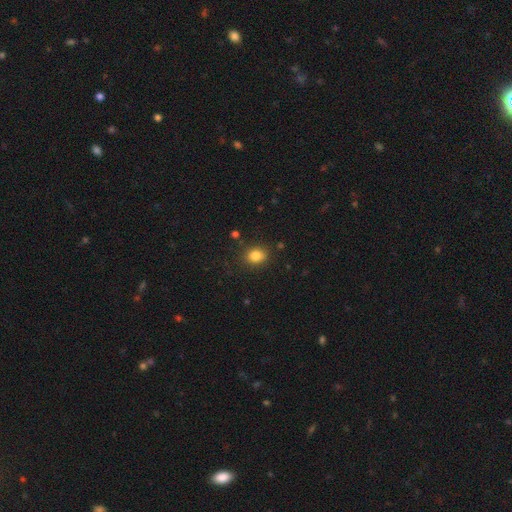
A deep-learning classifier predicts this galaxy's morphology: Smooth or featured? smooth (83%)
How rounded? round (50%)
Merging? none (84%)